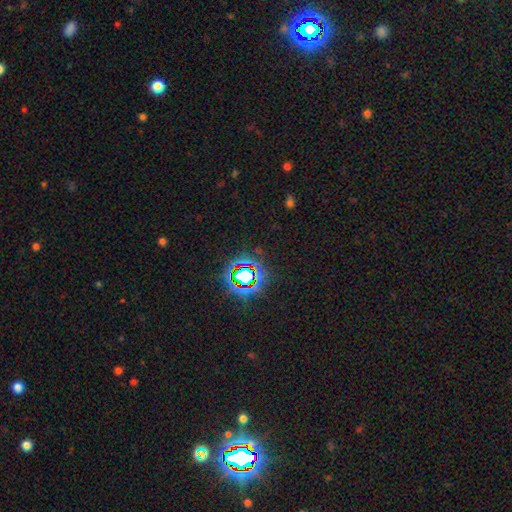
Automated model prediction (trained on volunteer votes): Smooth or featured? star or artifact (80%)